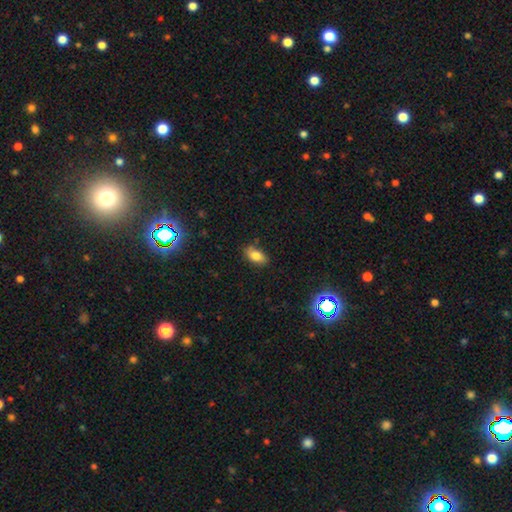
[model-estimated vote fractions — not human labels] This appears to be a smooth galaxy with no disk features (80%) that is in between round and cigar-shaped (90%). Merging: none (80%).